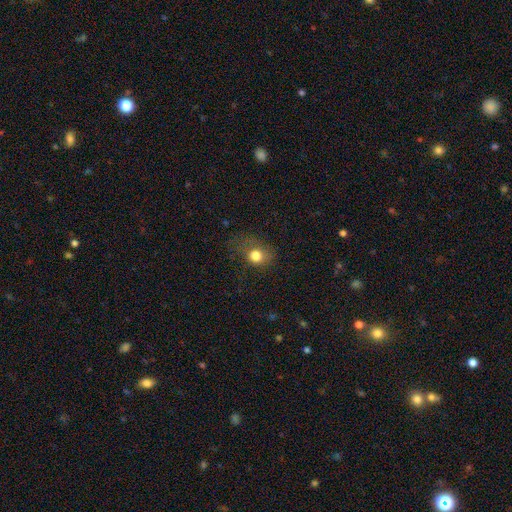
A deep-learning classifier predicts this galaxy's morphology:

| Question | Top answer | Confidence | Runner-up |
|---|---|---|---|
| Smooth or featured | smooth | 78% | star or artifact (13%) |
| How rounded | round | 66% | in between (32%) |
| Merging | none | 52% | minor disturbance (25%) |